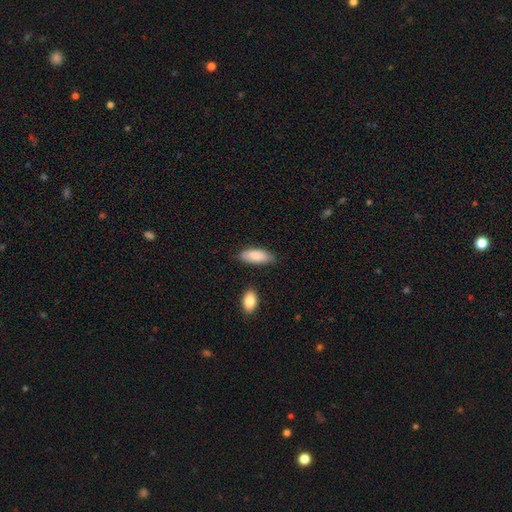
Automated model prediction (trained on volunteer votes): smooth_or_featured: smooth (p=0.87) [alt: featured or disk p=0.07]
how_rounded: in between (p=0.79) [alt: cigar-shaped p=0.19]
merging: none (p=0.78) [alt: minor disturbance p=0.16]